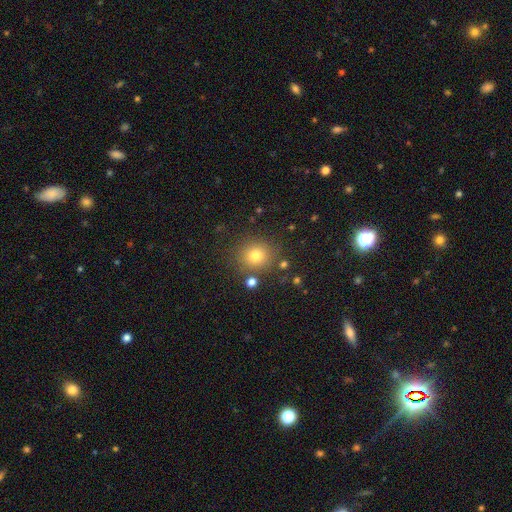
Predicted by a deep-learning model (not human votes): The model was most divided on "smooth or featured": smooth: 77%, star or artifact: 15%, featured or disk: 8%. More confident: how rounded — round (85%); merging — none (82%).